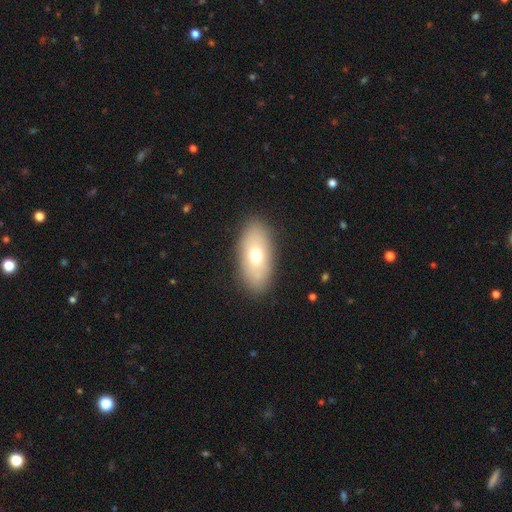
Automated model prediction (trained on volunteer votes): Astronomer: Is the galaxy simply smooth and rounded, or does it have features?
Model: smooth — 67%.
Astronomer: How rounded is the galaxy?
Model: in between — 89%.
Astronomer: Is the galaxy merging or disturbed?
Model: none — 86%.